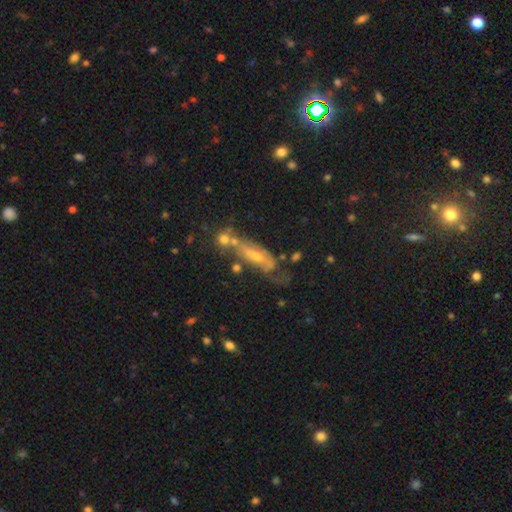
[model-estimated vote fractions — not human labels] Morphology: type=featured or disk (60%); edge-on=no (68%); merging=none (43%).